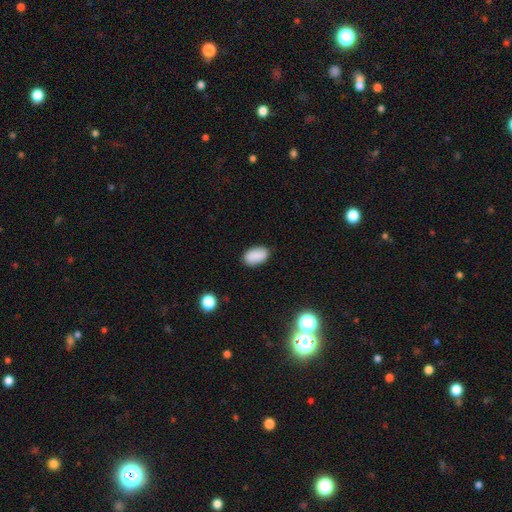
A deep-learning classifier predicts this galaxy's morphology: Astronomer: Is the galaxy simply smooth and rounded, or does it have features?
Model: smooth — 87%.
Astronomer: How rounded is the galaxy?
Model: in between — 92%.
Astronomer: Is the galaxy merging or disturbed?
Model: none — 85%.